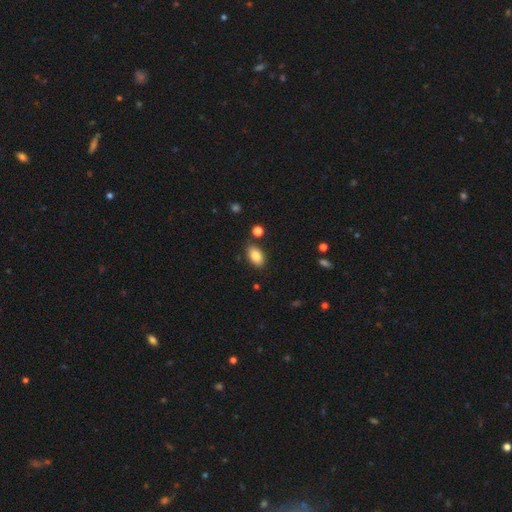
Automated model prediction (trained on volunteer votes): smooth 85%, star or artifact 8%, featured or disk 7%. Down the decision tree: how rounded — in between (92%); merging — none (83%).